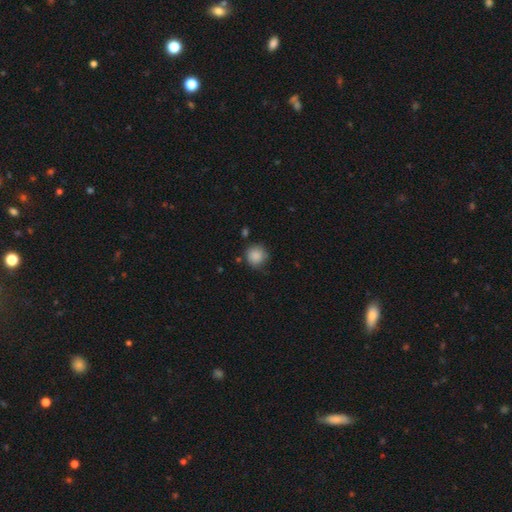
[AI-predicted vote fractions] This is clearly a smooth galaxy (87%). How rounded: clearly round (91%). Merging: likely none (77%).